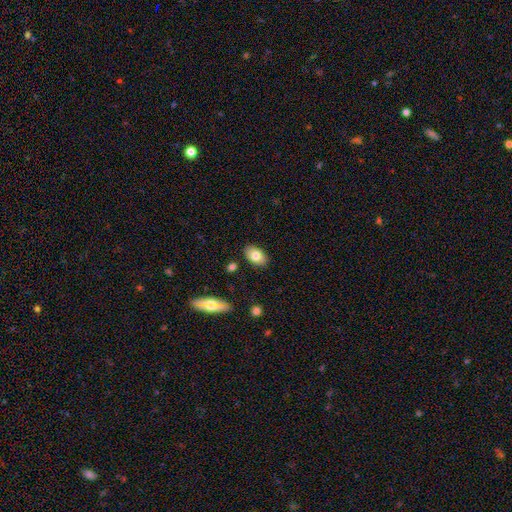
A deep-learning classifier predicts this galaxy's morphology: Smooth or featured?
  - smooth: 77% *
  - featured or disk: 14%
  - star or artifact: 9%
How rounded?
  - in between: 89% *
  - round: 10%
  - cigar-shaped: 2%
Merging?
  - none: 87% *
  - minor disturbance: 9%
  - major disturbance: 2%
  - merger: 2%